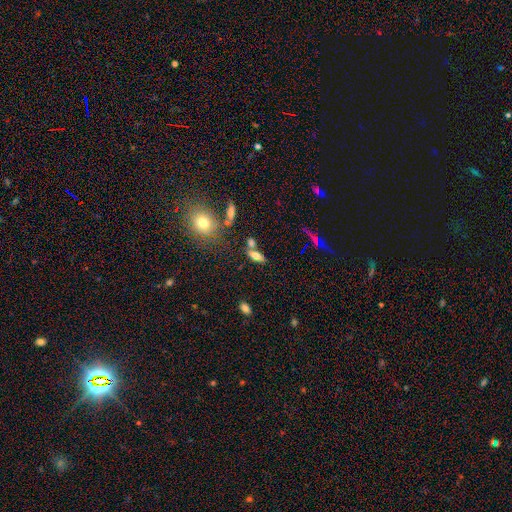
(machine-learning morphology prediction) A smooth galaxy with no disk features (65%) that is in between round and cigar-shaped (69%).

Vote fractions:
- Smooth or featured? smooth: 65% / featured or disk: 24% / star or artifact: 12%
- How rounded? in between: 69% / cigar-shaped: 26% / round: 5%
- Merging? none: 60% / merger: 22% / minor disturbance: 13% / major disturbance: 5%